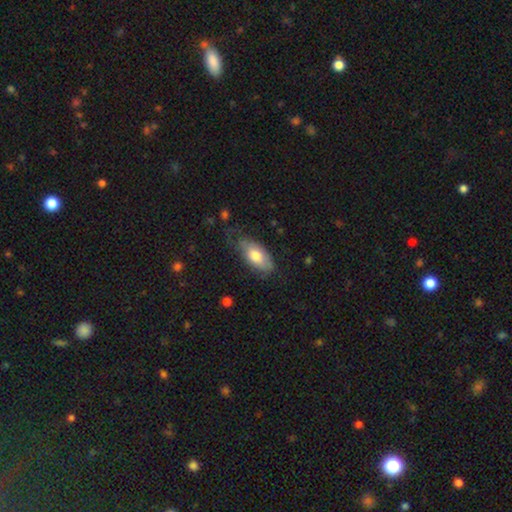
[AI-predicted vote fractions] This appears to be a smooth galaxy with no disk features (71%) that is in between round and cigar-shaped (89%). Merging: none (54%).